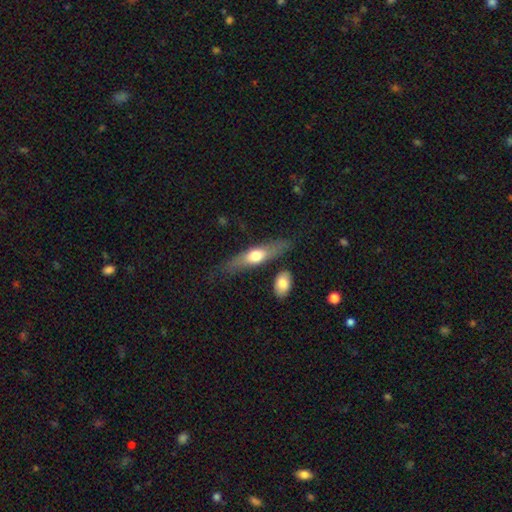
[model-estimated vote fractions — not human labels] Smooth or featured? smooth (50%)
How rounded? cigar-shaped (66%)
Merging? none (73%)